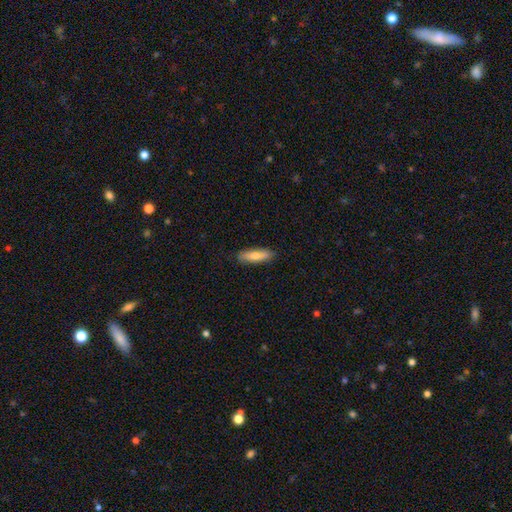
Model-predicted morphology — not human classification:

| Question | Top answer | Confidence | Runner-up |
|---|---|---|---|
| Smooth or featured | smooth | 76% | featured or disk (18%) |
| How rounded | cigar-shaped | 60% | in between (38%) |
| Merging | none | 87% | minor disturbance (10%) |